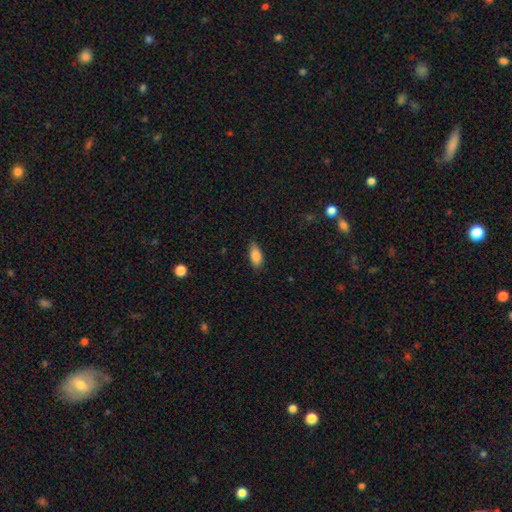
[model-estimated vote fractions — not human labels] smooth_or_featured: smooth (p=0.87) [alt: star or artifact p=0.07]
how_rounded: in between (p=0.88) [alt: cigar-shaped p=0.09]
merging: none (p=0.78) [alt: minor disturbance p=0.18]